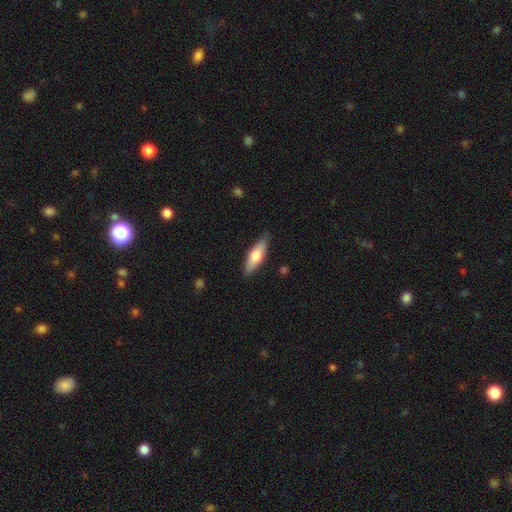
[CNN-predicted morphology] Smooth or featured? smooth (65%)
How rounded? in between (50%)
Merging? none (85%)